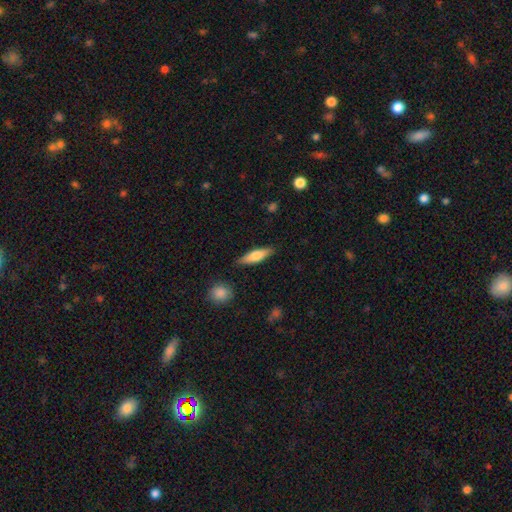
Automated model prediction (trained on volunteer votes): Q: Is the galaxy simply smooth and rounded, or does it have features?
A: smooth — 65%.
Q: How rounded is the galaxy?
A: cigar-shaped — 62%.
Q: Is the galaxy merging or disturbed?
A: none — 86%.